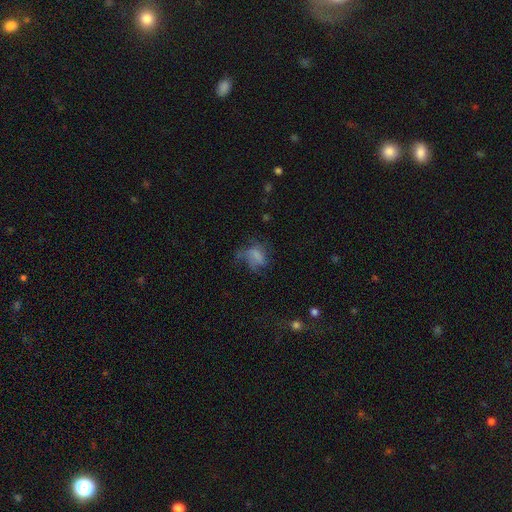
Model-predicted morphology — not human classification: Overall: smooth (45%; featured or disk 39%). Merging: major disturbance (46%; none 31%).